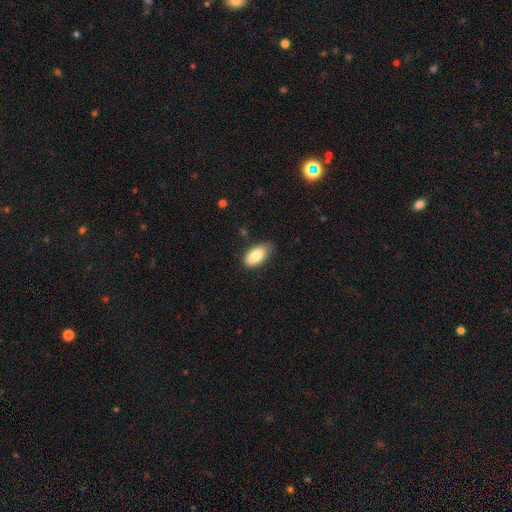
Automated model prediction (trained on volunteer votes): Overall: smooth (83%). How rounded: in between (93%). Merging: none (69%).